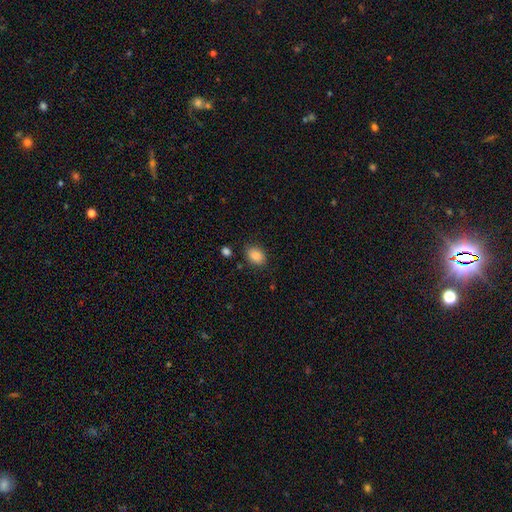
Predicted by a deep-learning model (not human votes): Smooth or featured? Predicted: smooth (p=0.88). How rounded? Predicted: in between (p=0.75). Merging? Predicted: none (p=0.82).